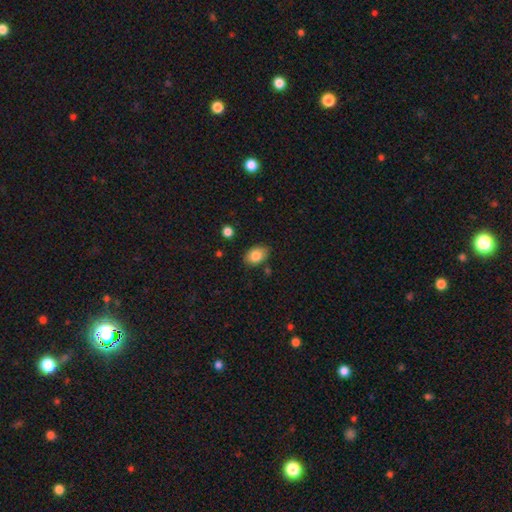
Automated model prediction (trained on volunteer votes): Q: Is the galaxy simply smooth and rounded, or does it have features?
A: smooth — 84%.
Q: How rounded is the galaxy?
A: in between — 81%.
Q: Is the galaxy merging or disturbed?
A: none — 78%.